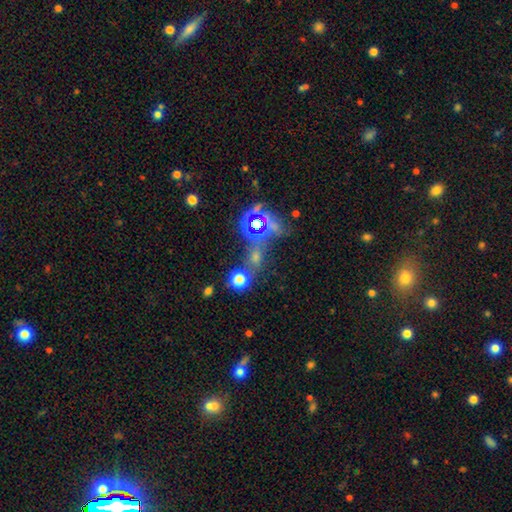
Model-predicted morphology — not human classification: Smooth or featured: star or artifact — 50% (smooth — 39%)